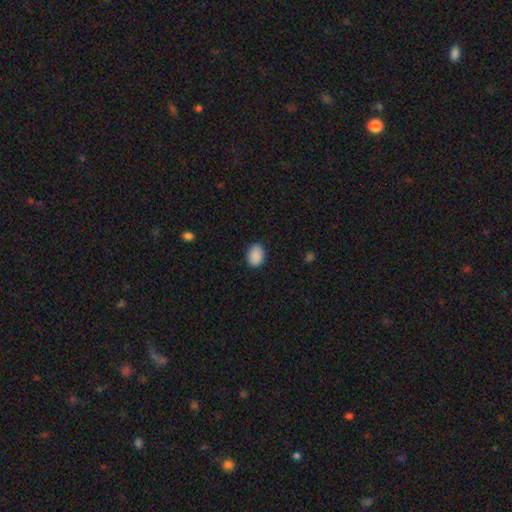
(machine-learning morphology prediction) Smooth or featured? smooth (89%)
How rounded? in between (67%)
Merging? none (85%)